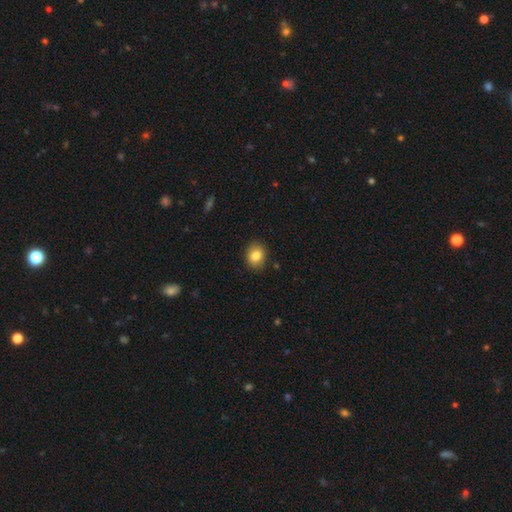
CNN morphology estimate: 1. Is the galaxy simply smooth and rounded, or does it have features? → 84% smooth, 9% star or artifact, 7% featured or disk.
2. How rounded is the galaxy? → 60% round, 39% in between, 1% cigar-shaped.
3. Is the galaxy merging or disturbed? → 87% none, 9% minor disturbance, 2% major disturbance, 1% merger.